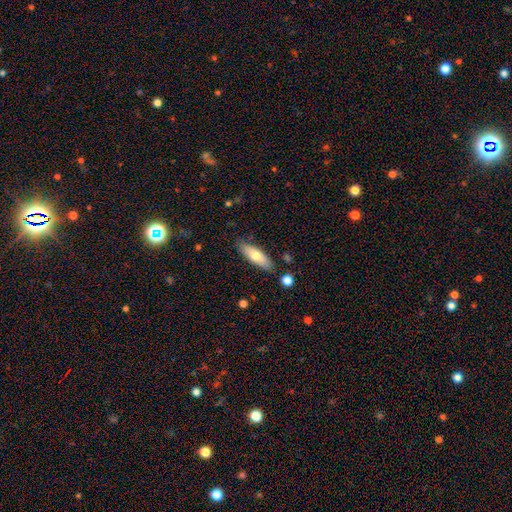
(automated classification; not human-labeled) Smooth or featured?
  - smooth: 68% *
  - featured or disk: 26%
  - star or artifact: 6%
How rounded?
  - in between: 55% *
  - cigar-shaped: 43%
  - round: 2%
Merging?
  - none: 84% *
  - minor disturbance: 11%
  - merger: 3%
  - major disturbance: 2%